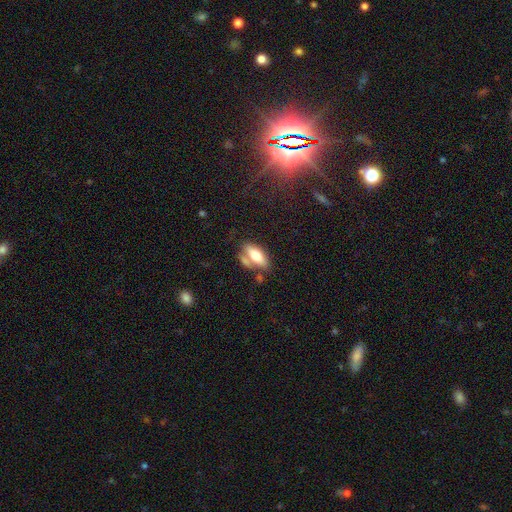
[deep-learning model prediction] This is likely a smooth galaxy (67%). How rounded: likely in between (77%). Merging: possibly none (52%).